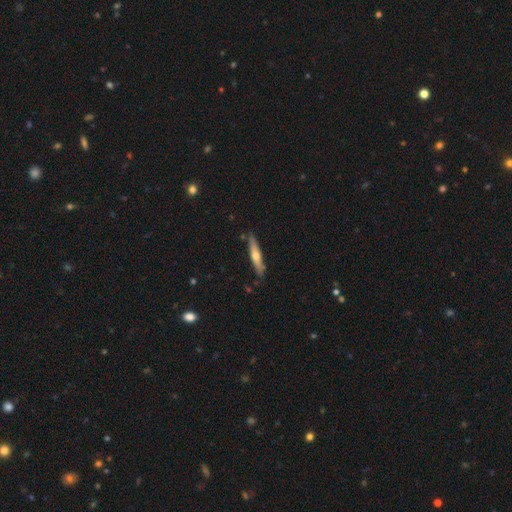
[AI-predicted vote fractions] Morphology: type=smooth (49%); merging=none (83%).